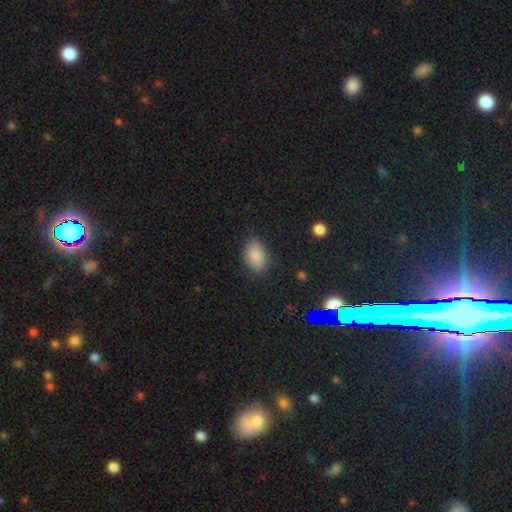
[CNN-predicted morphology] smooth-or-featured: smooth: 87% | star or artifact: 8% | featured or disk: 6%
  how-rounded: in between: 89% | round: 10% | cigar-shaped: 1%
  merging: none: 81% | minor disturbance: 15% | major disturbance: 4% | merger: 1%